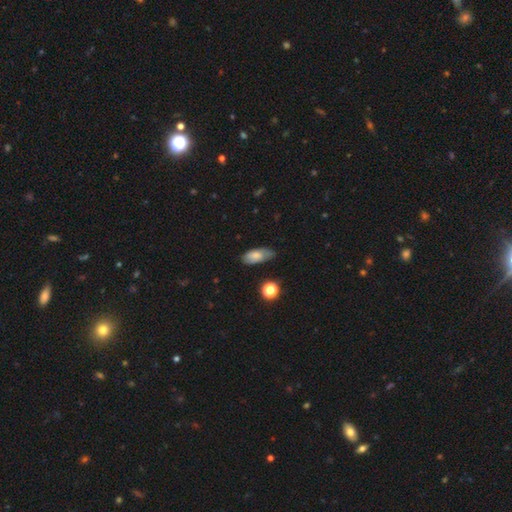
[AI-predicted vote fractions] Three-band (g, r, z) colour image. It shows a smooth galaxy with no disk features (75%) that is in between round and cigar-shaped (86%). Merging: none (66%).